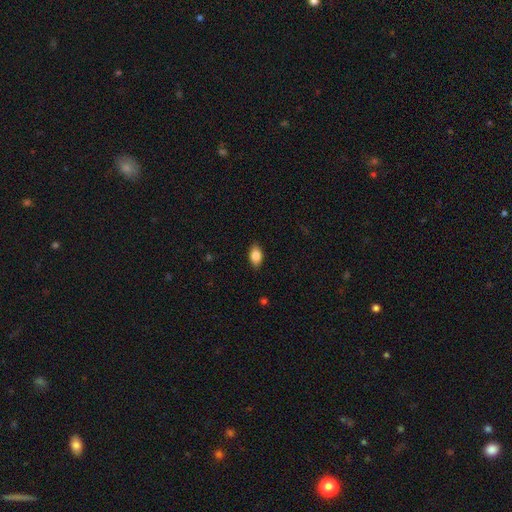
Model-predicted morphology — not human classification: type=smooth (85%); roundness=in between (90%); merging=none (87%).